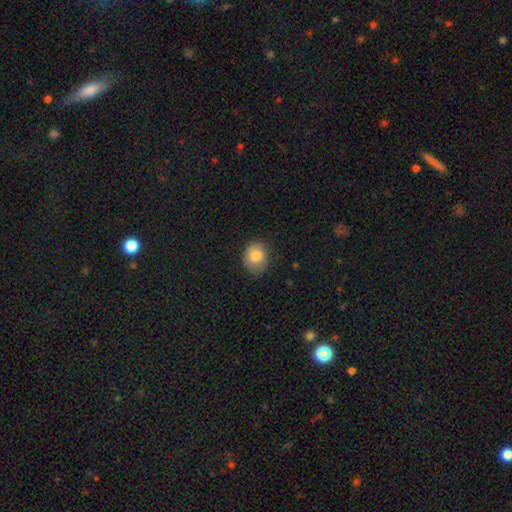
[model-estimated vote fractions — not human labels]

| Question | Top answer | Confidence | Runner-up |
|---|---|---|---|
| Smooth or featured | smooth | 81% | featured or disk (10%) |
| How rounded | round | 64% | in between (35%) |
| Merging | none | 74% | minor disturbance (20%) |